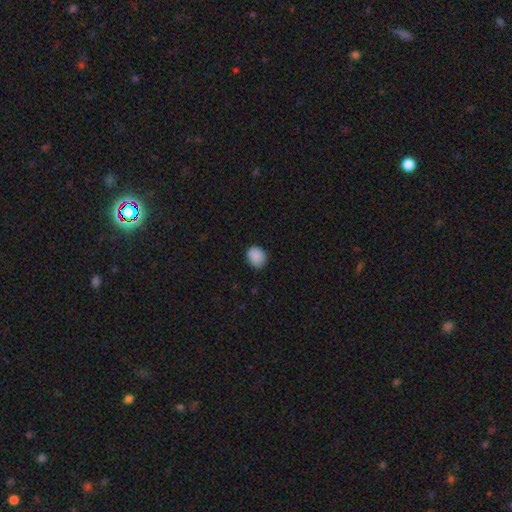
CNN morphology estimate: This appears to be a smooth galaxy with no disk features (89%) that is round (60%). Merging: none (82%).